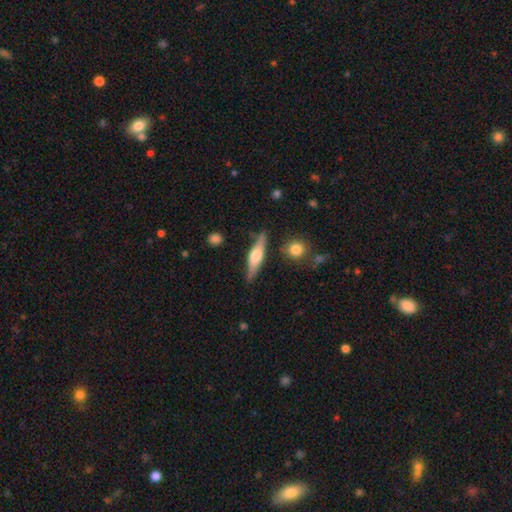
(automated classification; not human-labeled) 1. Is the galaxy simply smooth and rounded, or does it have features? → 55% featured or disk, 39% smooth, 6% star or artifact.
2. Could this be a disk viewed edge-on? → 94% yes, 6% no.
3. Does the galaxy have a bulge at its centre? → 85% rounded, 11% boxy, 4% none.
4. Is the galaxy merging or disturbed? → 79% none, 14% minor disturbance, 4% merger, 3% major disturbance.